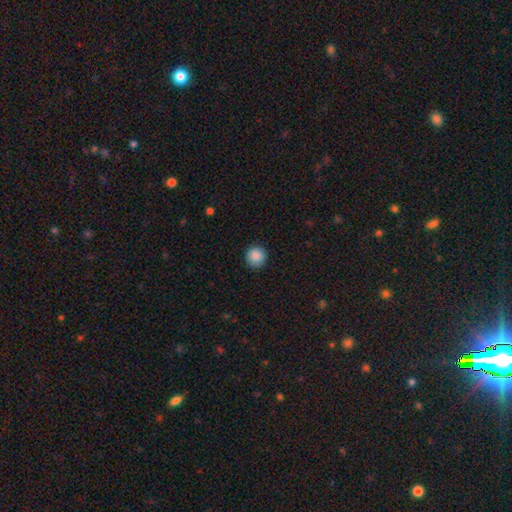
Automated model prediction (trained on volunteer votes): Q: Smooth or featured?
A: smooth (88%); runner-up: star or artifact (8%)
Q: How rounded?
A: round (94%); runner-up: in between (5%)
Q: Merging?
A: none (90%); runner-up: minor disturbance (7%)